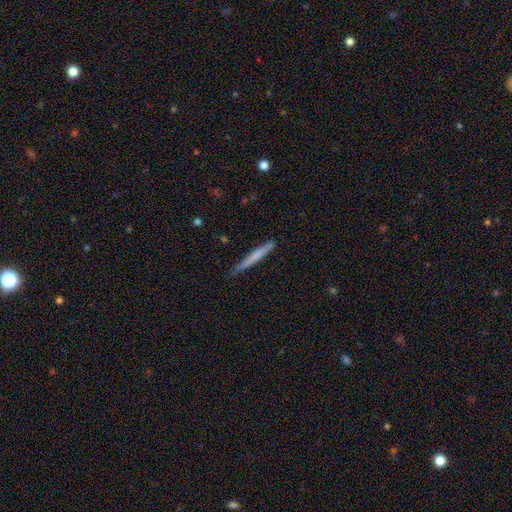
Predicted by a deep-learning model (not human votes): smooth-or-featured: smooth: 64% | featured or disk: 30% | star or artifact: 5%
  how-rounded: cigar-shaped: 96% | in between: 2% | round: 1%
  merging: none: 81% | minor disturbance: 15% | major disturbance: 2% | merger: 1%